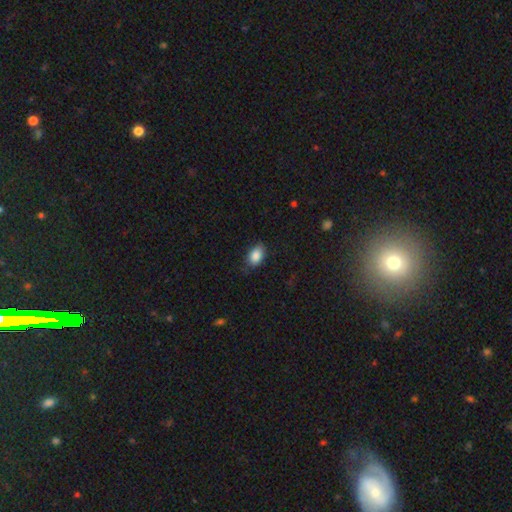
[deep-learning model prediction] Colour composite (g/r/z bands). It shows a smooth galaxy with no disk features (86%) that is in between round and cigar-shaped (86%). Merging: none (74%).